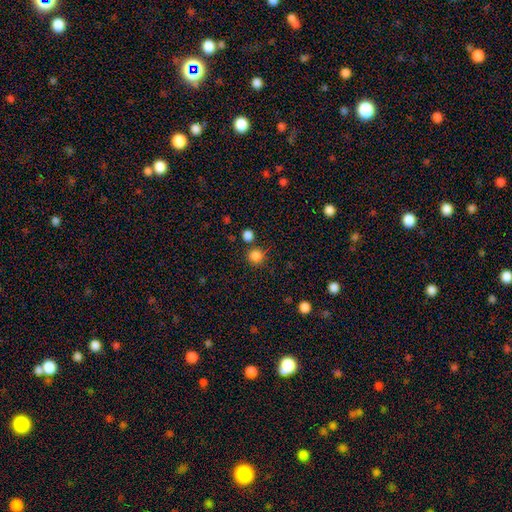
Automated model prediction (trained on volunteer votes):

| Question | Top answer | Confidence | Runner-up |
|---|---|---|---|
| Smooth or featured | smooth | 85% | star or artifact (12%) |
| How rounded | round | 93% | in between (6%) |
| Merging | none | 81% | merger (8%) |